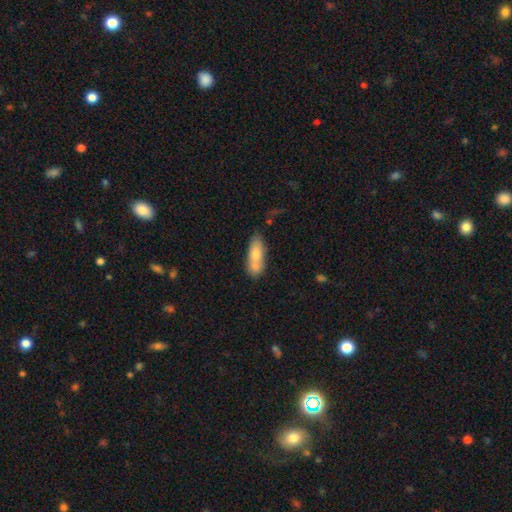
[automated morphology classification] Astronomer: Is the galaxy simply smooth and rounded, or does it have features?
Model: smooth — 72%.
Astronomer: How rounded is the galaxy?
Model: in between — 67%.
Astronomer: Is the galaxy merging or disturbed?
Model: none — 45% (runner-up: merger, 32%).